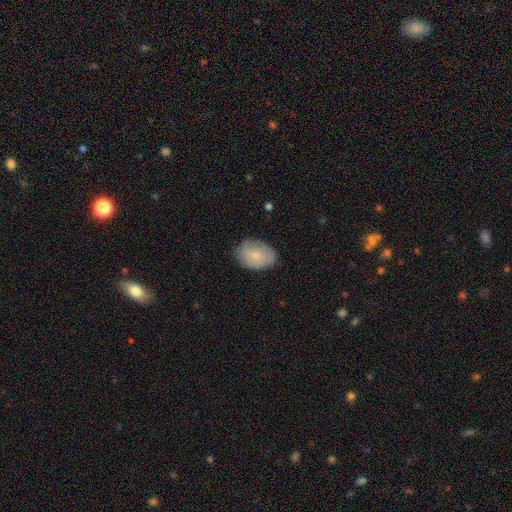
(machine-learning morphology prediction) Smooth or featured?
  - smooth: 74% *
  - featured or disk: 19%
  - star or artifact: 7%
How rounded?
  - in between: 76% *
  - round: 23%
  - cigar-shaped: 1%
Merging?
  - none: 74% *
  - minor disturbance: 21%
  - major disturbance: 4%
  - merger: 1%